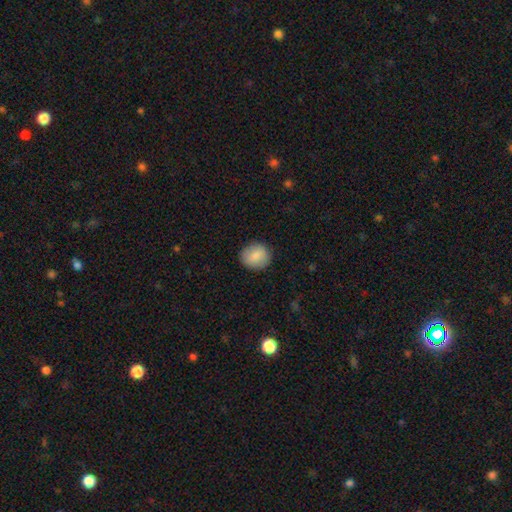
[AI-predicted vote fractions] This is clearly a smooth galaxy (85%). How rounded: clearly round (84%). Merging: clearly none (89%).